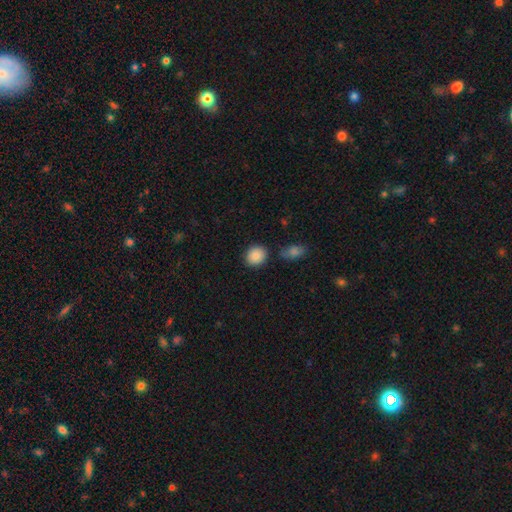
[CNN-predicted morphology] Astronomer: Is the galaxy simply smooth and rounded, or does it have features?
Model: smooth — 88%.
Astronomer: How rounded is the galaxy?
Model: round — 73%.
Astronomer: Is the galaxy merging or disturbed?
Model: none — 83%.